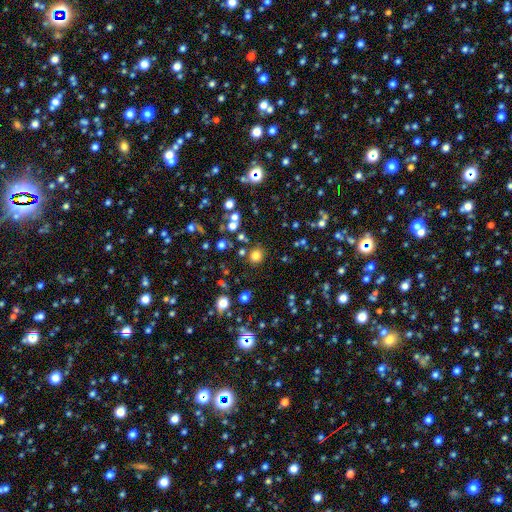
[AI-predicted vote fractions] A smooth galaxy with no disk features (77%) that is round (86%).

Vote fractions:
- Smooth or featured? smooth: 77% / star or artifact: 17% / featured or disk: 6%
- How rounded? round: 86% / in between: 13% / cigar-shaped: 1%
- Merging? none: 83% / minor disturbance: 8% / merger: 5% / major disturbance: 3%